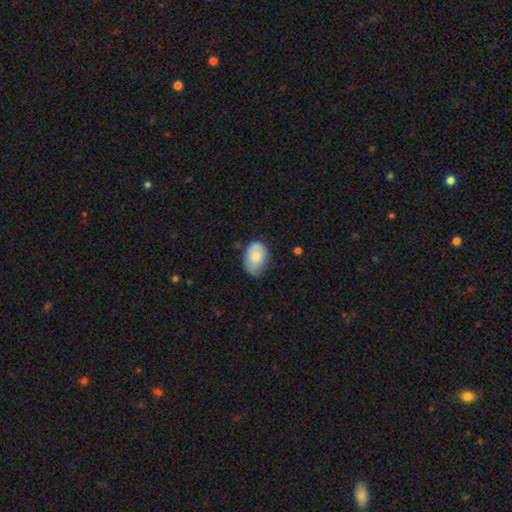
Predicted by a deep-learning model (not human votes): A smooth galaxy with no disk features (74%) that is in between round and cigar-shaped (83%).

Vote fractions:
- Smooth or featured? smooth: 74% / featured or disk: 19% / star or artifact: 7%
- How rounded? in between: 83% / round: 16% / cigar-shaped: 1%
- Merging? none: 58% / minor disturbance: 32% / major disturbance: 7% / merger: 2%